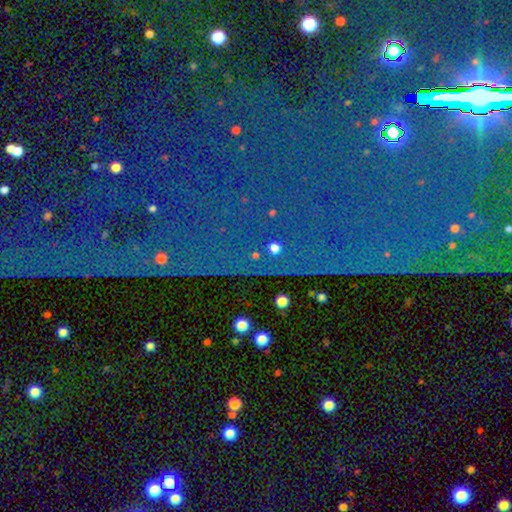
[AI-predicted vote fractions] Overall: star or artifact (76%).